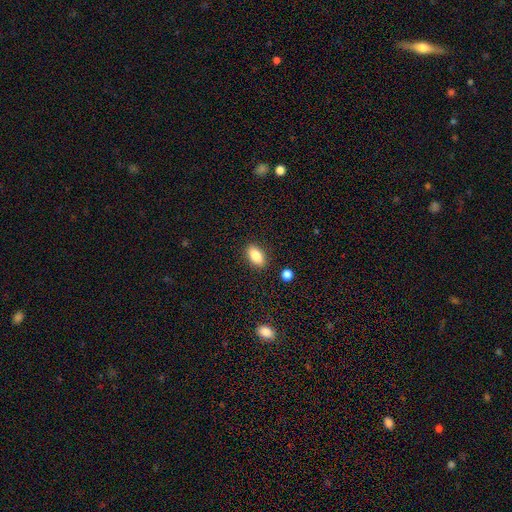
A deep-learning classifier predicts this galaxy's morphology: A smooth galaxy with no disk features (84%) that is in between round and cigar-shaped (89%).

Vote fractions:
- Smooth or featured? smooth: 84% / star or artifact: 8% / featured or disk: 8%
- How rounded? in between: 89% / round: 6% / cigar-shaped: 5%
- Merging? none: 88% / minor disturbance: 8% / major disturbance: 2% / merger: 2%